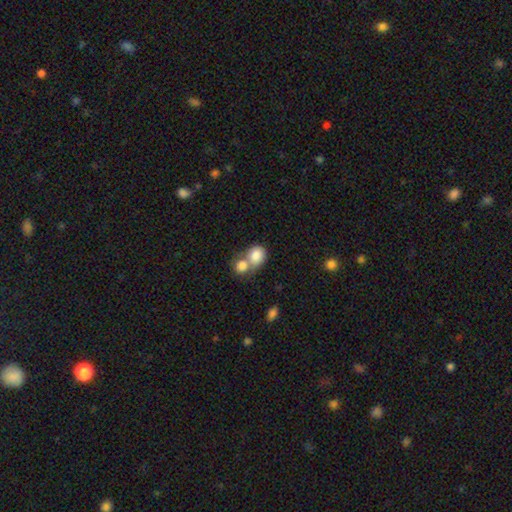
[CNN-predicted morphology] Overall: smooth (82%). How rounded: round (60%; in between 39%). Merging: merger (64%; none 26%).